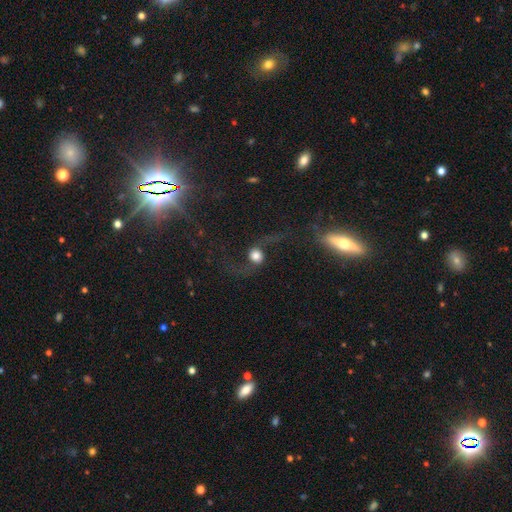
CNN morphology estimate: A featured or disk galaxy (51%).

Vote fractions:
- Smooth or featured? featured or disk: 51% / smooth: 36% / star or artifact: 13%
- Edge-on disk? no: 90% / yes: 10%
- Merging? none: 54% / major disturbance: 26% / minor disturbance: 14% / merger: 5%